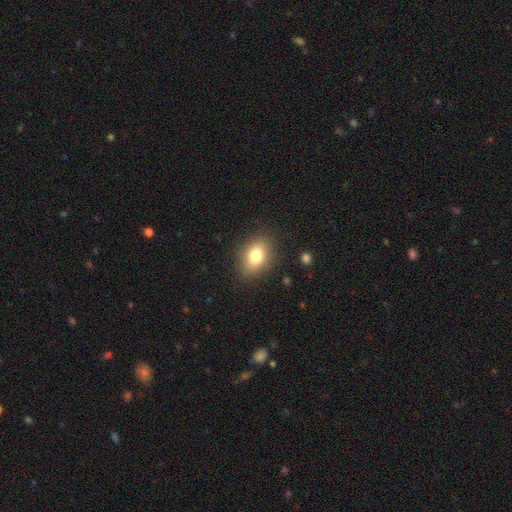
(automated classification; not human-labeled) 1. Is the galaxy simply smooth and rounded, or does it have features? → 78% smooth, 13% featured or disk, 9% star or artifact.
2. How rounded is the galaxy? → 81% in between, 17% round, 2% cigar-shaped.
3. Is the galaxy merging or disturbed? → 85% none, 10% minor disturbance, 3% major disturbance, 1% merger.